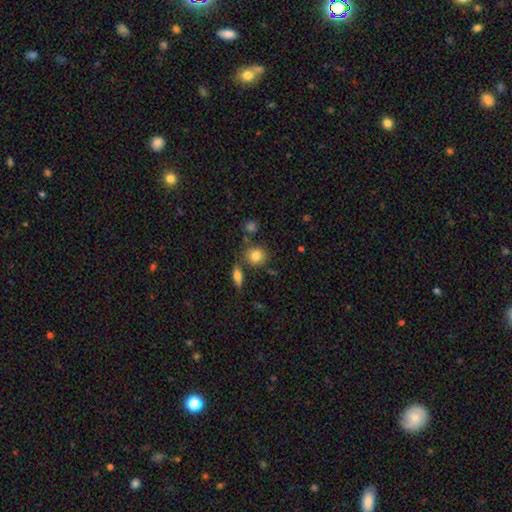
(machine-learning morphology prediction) Smooth or featured: smooth — 82% (star or artifact — 10%)
How rounded: round — 78% (in between — 21%)
Merging: none — 74% (merger — 11%)